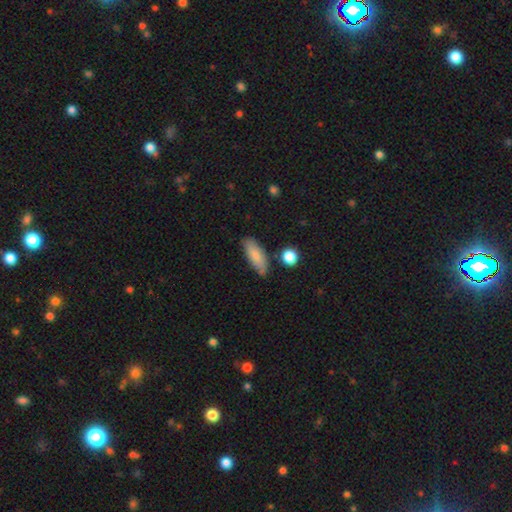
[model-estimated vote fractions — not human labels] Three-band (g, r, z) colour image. It shows a smooth galaxy with no disk features (81%) that is in between round and cigar-shaped (68%). Merging: none (72%).